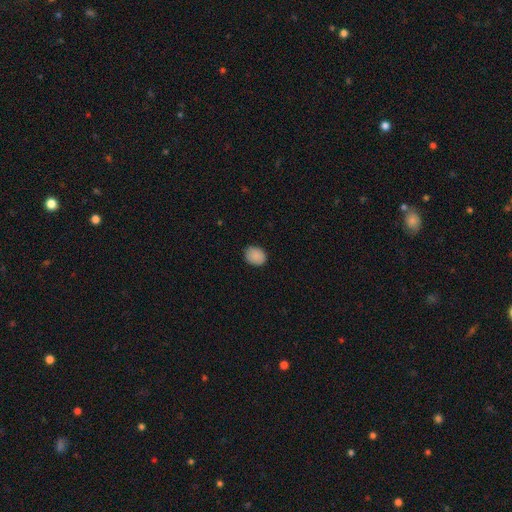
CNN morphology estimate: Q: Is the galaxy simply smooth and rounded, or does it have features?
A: smooth — 88%.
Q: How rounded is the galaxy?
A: in between — 50%.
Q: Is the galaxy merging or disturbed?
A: none — 85%.